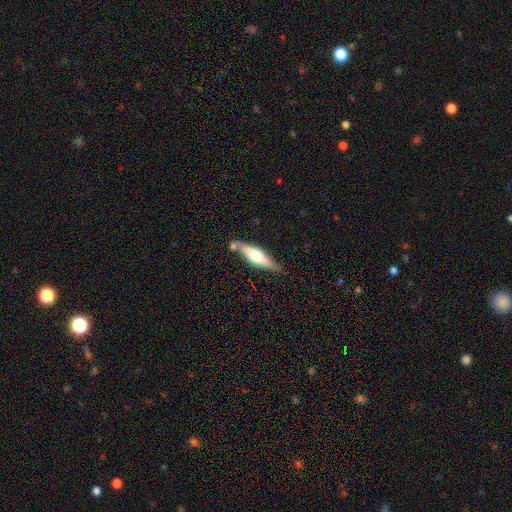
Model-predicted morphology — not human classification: A featured or disk galaxy (52%) viewed edge-on (90%). Merging: none (68%).